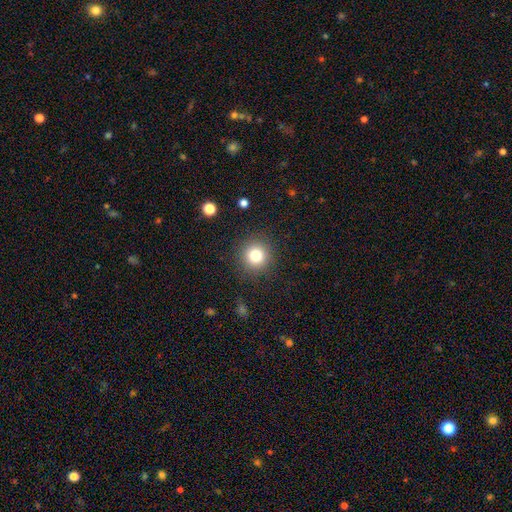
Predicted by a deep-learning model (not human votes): A smooth galaxy with no disk features (80%) that is round (93%).

Vote fractions:
- Smooth or featured? smooth: 80% / star or artifact: 12% / featured or disk: 8%
- How rounded? round: 93% / in between: 6% / cigar-shaped: 1%
- Merging? none: 89% / minor disturbance: 7% / major disturbance: 3% / merger: 1%